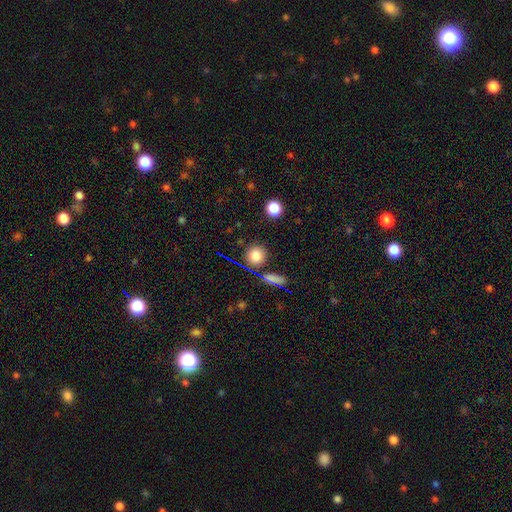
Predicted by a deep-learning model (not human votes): Smooth or featured?
  - smooth: 80% *
  - star or artifact: 13%
  - featured or disk: 7%
How rounded?
  - round: 91% *
  - in between: 7%
  - cigar-shaped: 1%
Merging?
  - none: 85% *
  - minor disturbance: 8%
  - merger: 4%
  - major disturbance: 3%